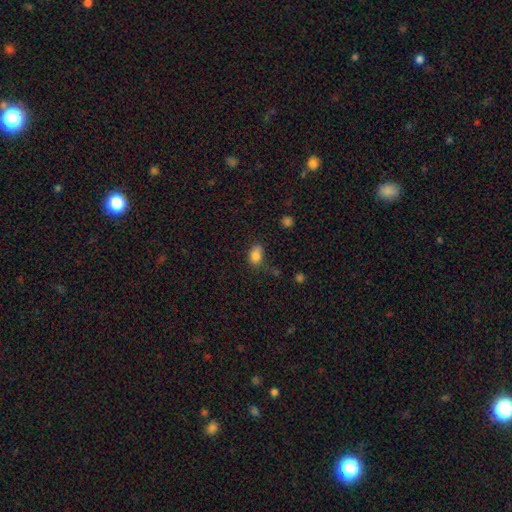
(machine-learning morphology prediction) This appears to be a smooth galaxy with no disk features (83%) that is in between round and cigar-shaped (79%). Merging: none (59%).